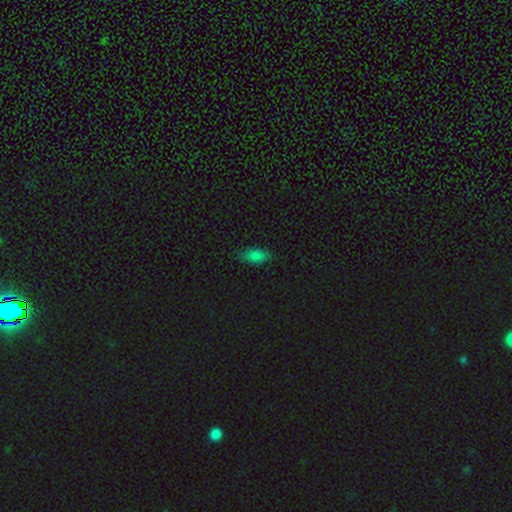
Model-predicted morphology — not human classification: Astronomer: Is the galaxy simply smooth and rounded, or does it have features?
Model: smooth — 82%.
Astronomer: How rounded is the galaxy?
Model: in between — 88%.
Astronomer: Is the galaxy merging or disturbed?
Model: none — 81%.